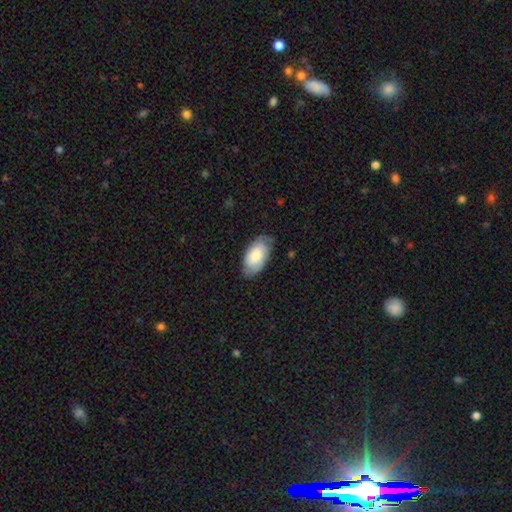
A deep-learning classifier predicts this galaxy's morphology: Smooth or featured: smooth — 69% (featured or disk — 25%)
How rounded: in between — 95% (round — 3%)
Merging: none — 73% (minor disturbance — 22%)